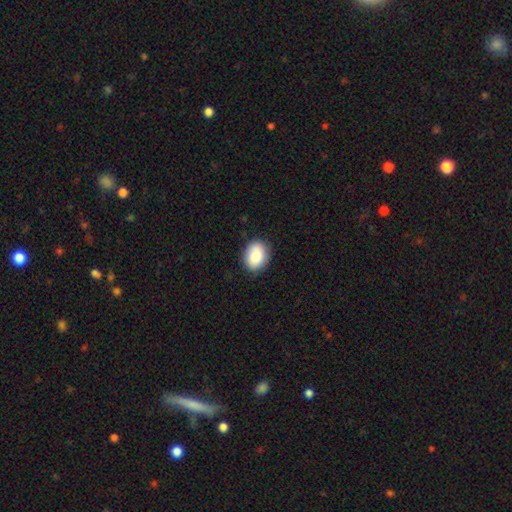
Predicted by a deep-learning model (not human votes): smooth 87%, star or artifact 7%, featured or disk 6%. Down the decision tree: how rounded — in between (68%); merging — none (86%).